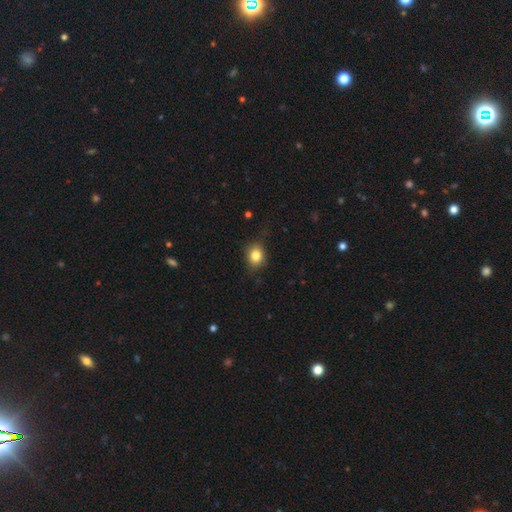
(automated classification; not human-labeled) Morphology: type=smooth (82%); roundness=round (57%); merging=none (77%).